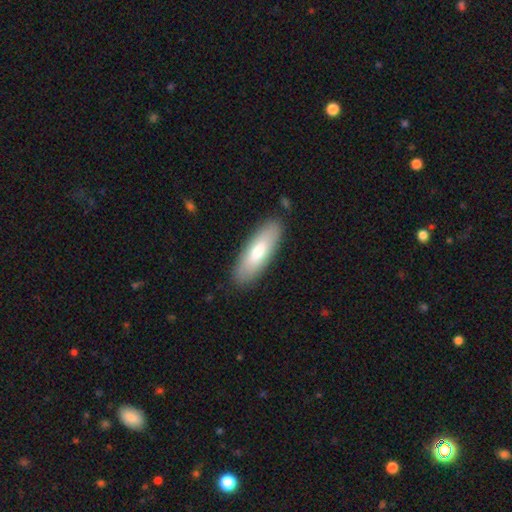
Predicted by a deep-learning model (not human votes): The model was most divided on "how rounded": in between: 58%, cigar-shaped: 41%, round: 2%. More confident: merging — none (88%); smooth or featured — smooth (73%).